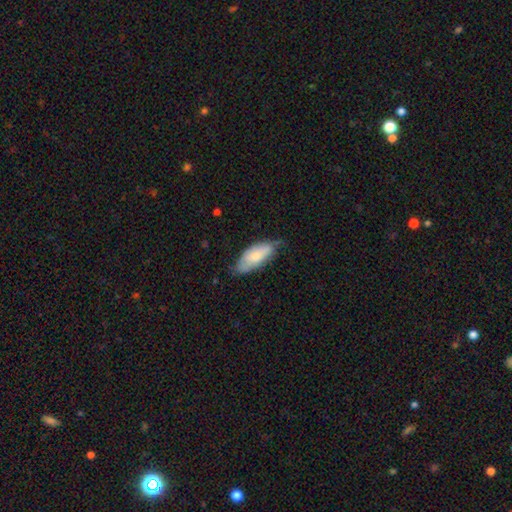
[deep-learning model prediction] Smooth or featured? smooth (68%)
How rounded? in between (83%)
Merging? none (55%)